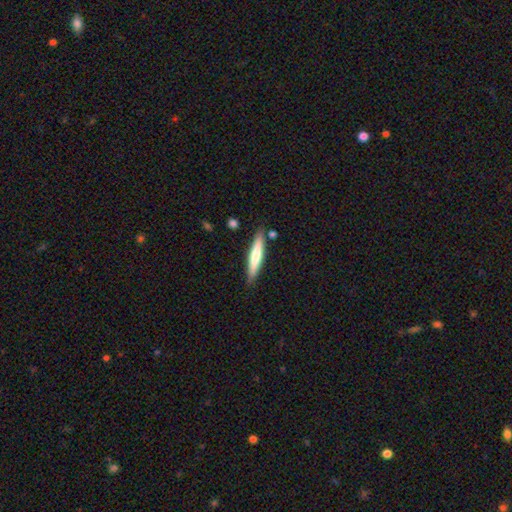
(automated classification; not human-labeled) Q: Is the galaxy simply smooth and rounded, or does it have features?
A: smooth — 64%.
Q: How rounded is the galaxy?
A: cigar-shaped — 90%.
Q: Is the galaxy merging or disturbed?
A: none — 85%.